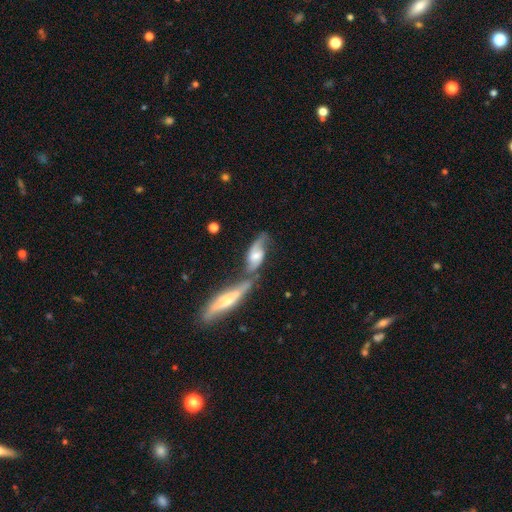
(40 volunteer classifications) This is likely a featured or disk galaxy (70%). It is clearly not viewed edge-on (96%). Bar: possibly weak (59%). Spiral arm pattern: clearly yes (93%). Spiral arm count: clearly 2 (96%). Spiral winding: possibly loose (52%). Central bulge: marginally small (44%). Merging: possibly merger (54%).